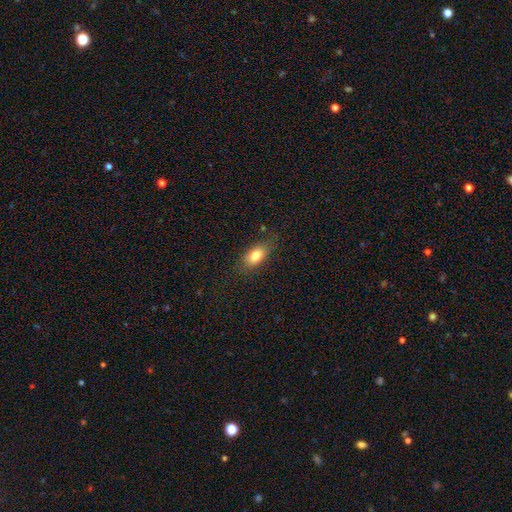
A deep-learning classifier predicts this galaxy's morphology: smooth-or-featured: smooth: 79% | featured or disk: 13% | star or artifact: 8%
  how-rounded: in between: 85% | round: 8% | cigar-shaped: 7%
  merging: none: 77% | minor disturbance: 17% | major disturbance: 5% | merger: 1%